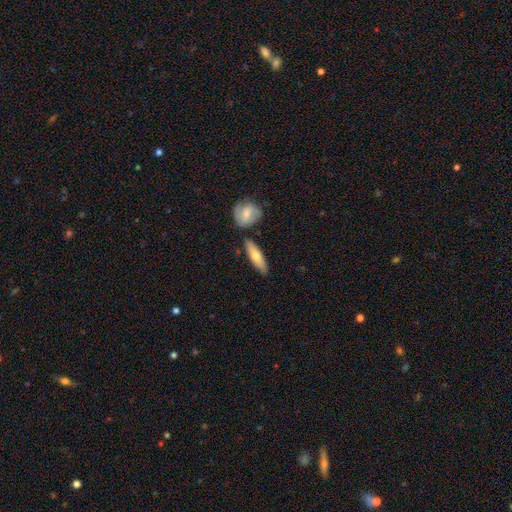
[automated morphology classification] This is likely a smooth galaxy (65%). How rounded: possibly cigar-shaped (58%). Merging: likely none (76%).